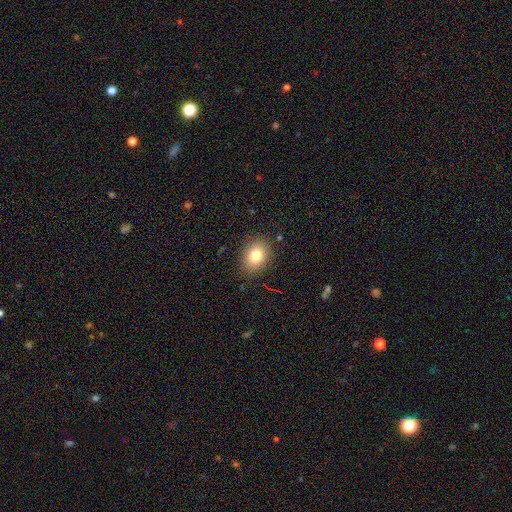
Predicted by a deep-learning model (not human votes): This is likely a smooth galaxy (79%). How rounded: possibly in between (57%). Merging: clearly none (85%).